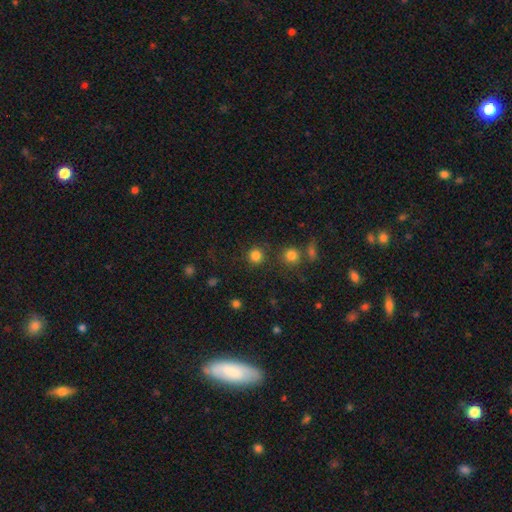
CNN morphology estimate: This appears to be a smooth galaxy with no disk features (81%) that is round (94%). Merging: none (86%).